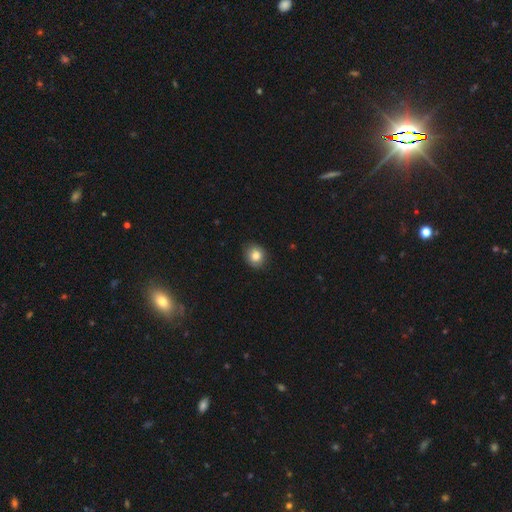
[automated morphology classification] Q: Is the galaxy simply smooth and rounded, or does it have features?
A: smooth — 81%.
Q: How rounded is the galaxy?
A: round — 78%.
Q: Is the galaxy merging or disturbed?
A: none — 87%.